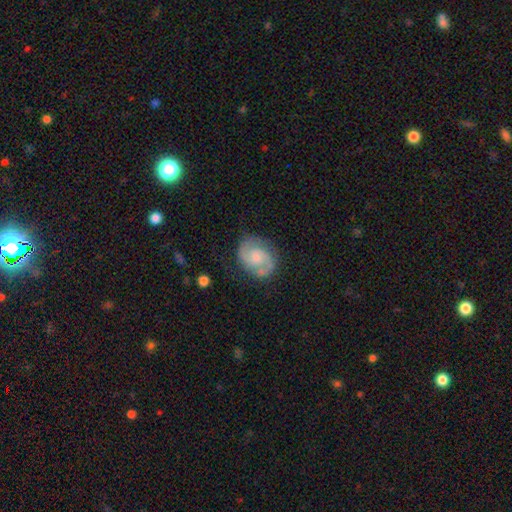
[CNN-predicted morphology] Overall: featured or disk (80%). Edge-on disk: no (98%). Bar: no (59%; weak 36%). Spiral arms: yes (96%). Spiral arm count: 2 (91%). Spiral winding: medium (54%; tight 31%). Bulge size: small (41%; moderate 38%). Merging: none (78%).